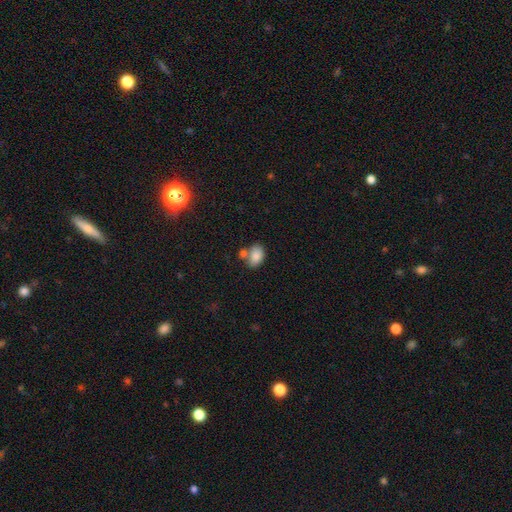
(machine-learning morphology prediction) Smooth or featured?
  - smooth: 84% *
  - star or artifact: 9%
  - featured or disk: 7%
How rounded?
  - in between: 79% *
  - round: 20%
  - cigar-shaped: 1%
Merging?
  - none: 51% *
  - merger: 28%
  - minor disturbance: 16%
  - major disturbance: 5%